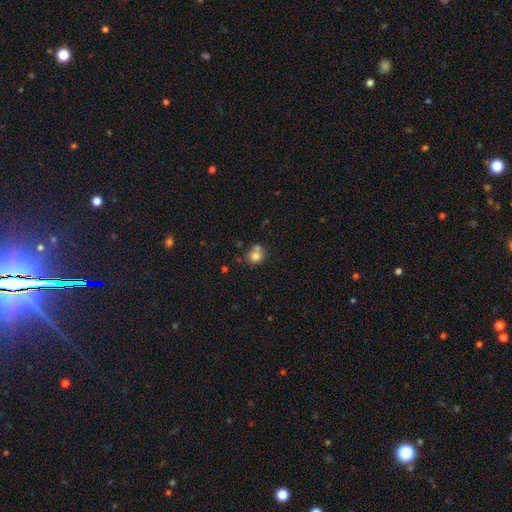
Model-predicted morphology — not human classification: Smooth or featured?
  - smooth: 78% *
  - star or artifact: 12%
  - featured or disk: 10%
How rounded?
  - round: 79% *
  - in between: 20%
  - cigar-shaped: 1%
Merging?
  - none: 52% *
  - merger: 25%
  - minor disturbance: 17%
  - major disturbance: 6%